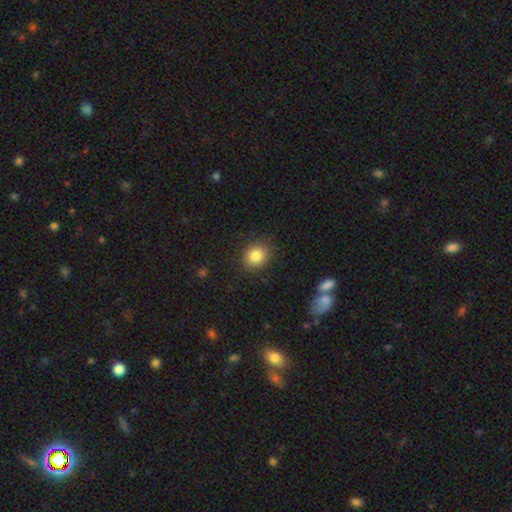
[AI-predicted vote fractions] Smooth or featured: smooth — 84% (star or artifact — 10%)
How rounded: round — 73% (in between — 26%)
Merging: none — 86% (minor disturbance — 9%)